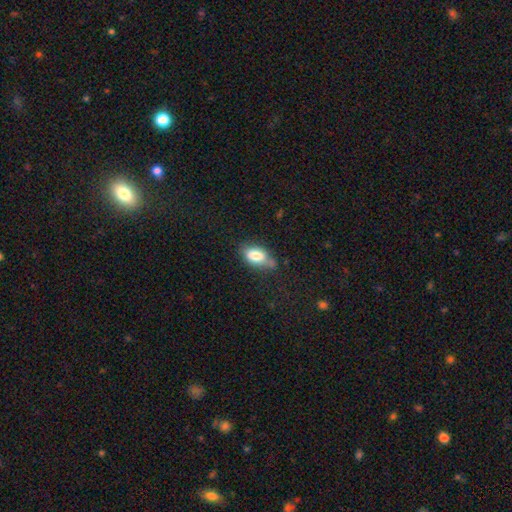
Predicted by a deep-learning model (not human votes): This is likely a smooth galaxy (80%). How rounded: clearly in between (89%). Merging: possibly none (56%).